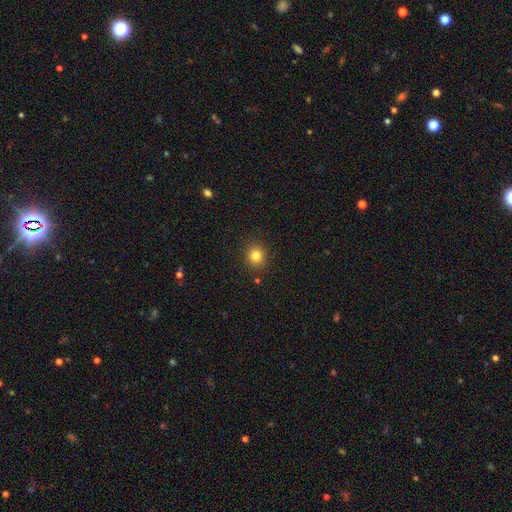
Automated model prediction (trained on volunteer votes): Smooth or featured? Predicted: smooth (p=0.81). How rounded? Predicted: round (p=0.85). Merging? Predicted: none (p=0.89).